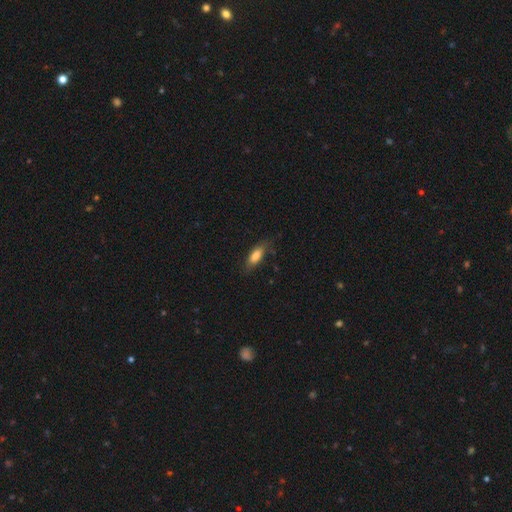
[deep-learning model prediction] The model was most divided on "how rounded": in between: 70%, cigar-shaped: 27%, round: 2%. More confident: smooth or featured — smooth (77%); merging — none (71%).